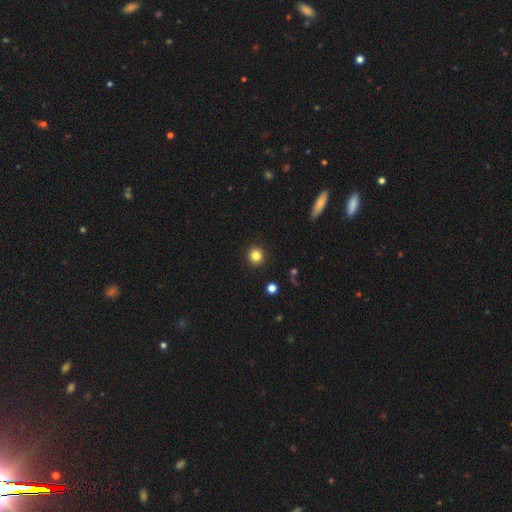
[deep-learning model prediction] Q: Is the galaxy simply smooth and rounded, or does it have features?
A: smooth — 83%.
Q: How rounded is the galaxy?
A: round — 93%.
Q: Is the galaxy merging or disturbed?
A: none — 93%.